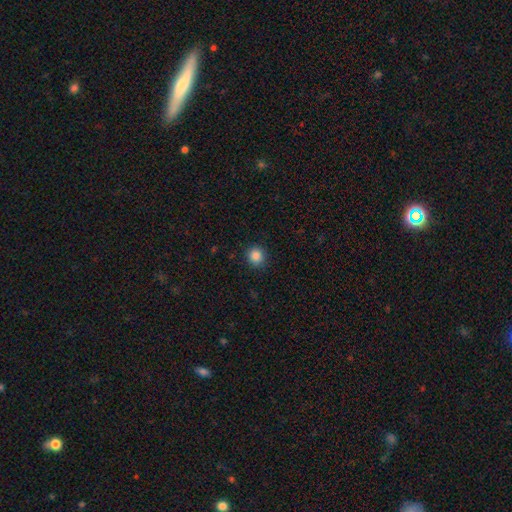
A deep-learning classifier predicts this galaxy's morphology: Smooth or featured? Predicted: smooth (p=0.86). How rounded? Predicted: round (p=0.91). Merging? Predicted: none (p=0.91).